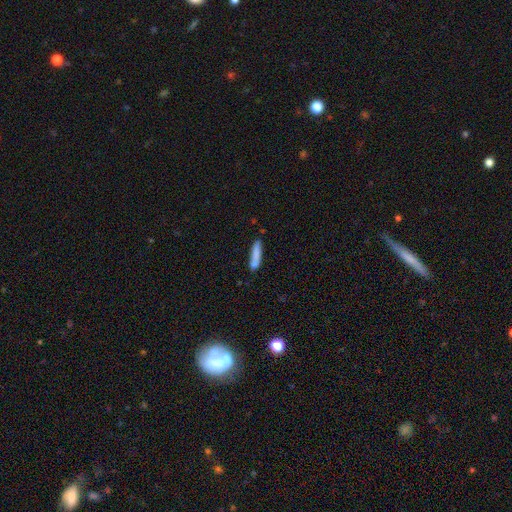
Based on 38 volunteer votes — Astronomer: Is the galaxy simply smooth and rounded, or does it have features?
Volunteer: smooth — 84%.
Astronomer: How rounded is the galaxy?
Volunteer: cigar-shaped — 88%.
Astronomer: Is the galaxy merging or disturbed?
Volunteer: none — 65%.